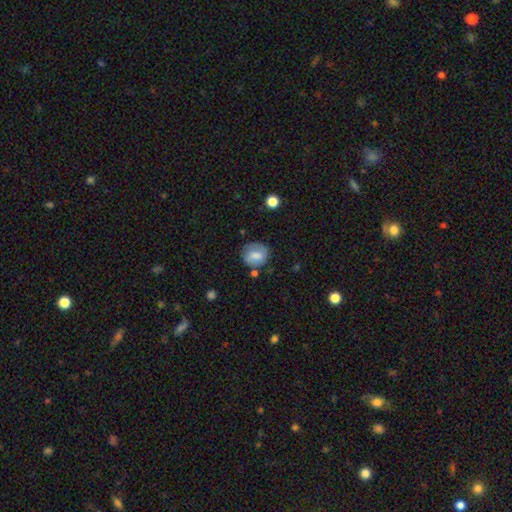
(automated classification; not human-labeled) Smooth or featured: smooth — 68% (featured or disk — 24%)
How rounded: round — 68% (in between — 31%)
Merging: none — 66% (minor disturbance — 21%)